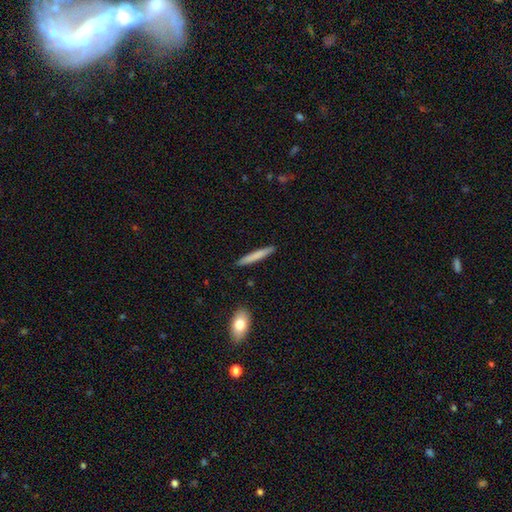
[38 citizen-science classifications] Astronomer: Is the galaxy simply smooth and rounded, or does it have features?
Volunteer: smooth — 58% (runner-up: featured or disk, 34%).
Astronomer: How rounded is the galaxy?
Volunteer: cigar-shaped — 100%.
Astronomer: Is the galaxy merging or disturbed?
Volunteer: none — 89%.